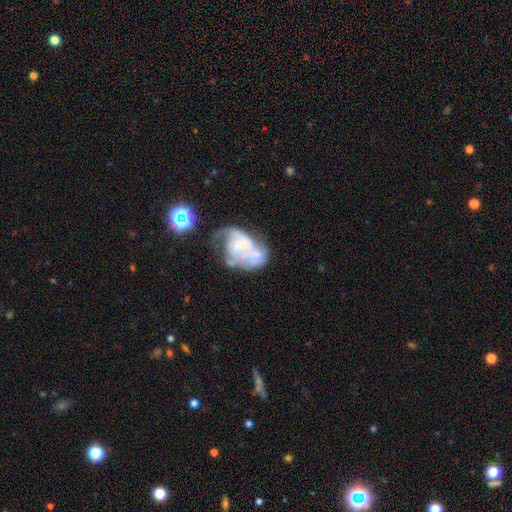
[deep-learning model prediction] A featured or disk galaxy (70%) with no bar (79%), spiral arms (55%) and a small central bulge (57%).

Vote fractions:
- Smooth or featured? featured or disk: 70% / smooth: 22% / star or artifact: 8%
- Edge-on disk? no: 98% / yes: 2%
- Bar? no: 79% / weak: 18% / strong: 4%
- Spiral arms? yes: 55% / no: 45%
- Bulge size? small: 57% / moderate: 22% / none: 17% / large: 3% / dominant: 1%
- Merging? merger: 36% / major disturbance: 30% / none: 19% / minor disturbance: 16%